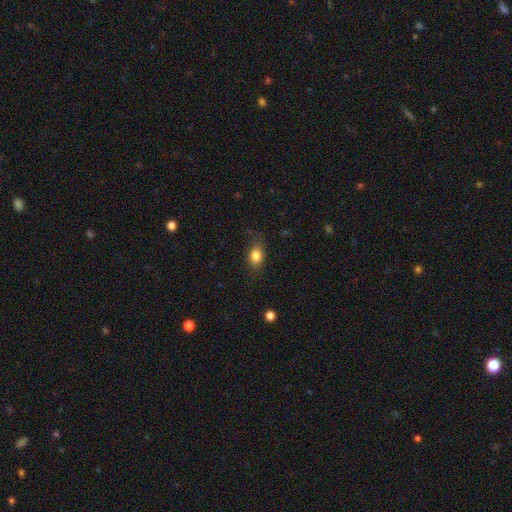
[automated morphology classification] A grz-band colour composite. It shows a smooth galaxy with no disk features (82%) that is in between round and cigar-shaped (75%). Merging: none (77%).